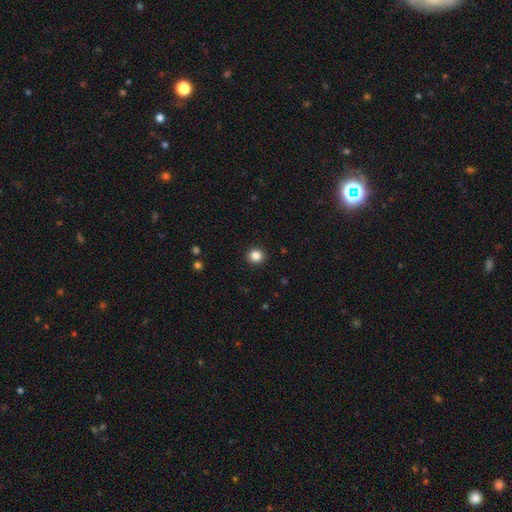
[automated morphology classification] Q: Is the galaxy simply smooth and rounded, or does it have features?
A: smooth — 85%.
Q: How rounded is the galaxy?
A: round — 90%.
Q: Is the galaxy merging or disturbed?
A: none — 93%.